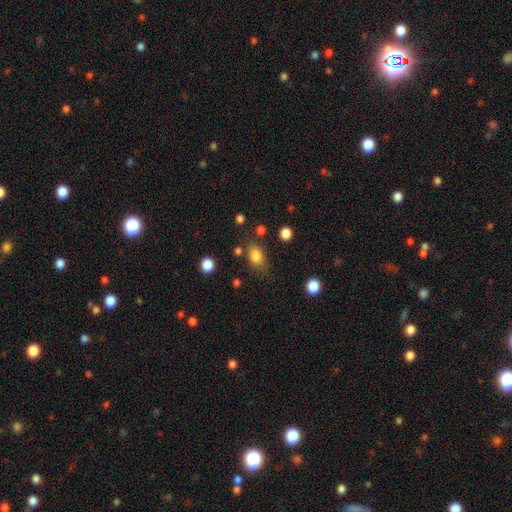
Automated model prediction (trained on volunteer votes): This appears to be a smooth galaxy with no disk features (83%) that is in between round and cigar-shaped (72%). Merging: none (71%).